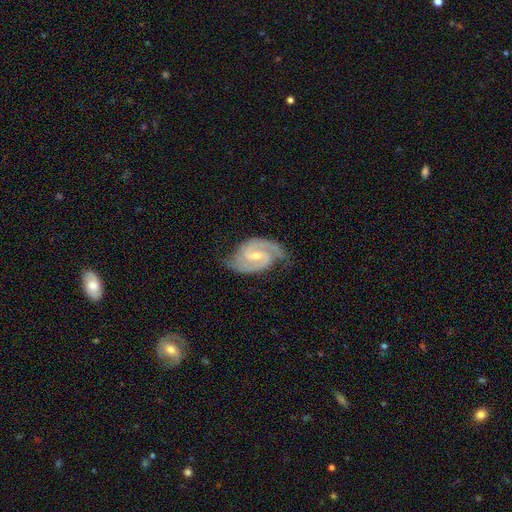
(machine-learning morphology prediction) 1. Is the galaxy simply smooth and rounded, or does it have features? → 93% featured or disk, 4% star or artifact, 4% smooth.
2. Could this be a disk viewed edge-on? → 98% no, 2% yes.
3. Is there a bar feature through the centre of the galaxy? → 56% weak, 23% strong, 22% no.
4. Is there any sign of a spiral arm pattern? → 98% yes, 2% no.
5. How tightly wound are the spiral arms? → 54% medium, 37% tight, 9% loose.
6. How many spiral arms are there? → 92% 2, 2% 3, 2% can't tell, 1% 1, 1% 4, 1% more than 4.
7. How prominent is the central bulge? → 53% small, 43% moderate, 2% none, 1% large, 1% dominant.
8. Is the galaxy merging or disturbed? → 78% none, 17% minor disturbance, 4% major disturbance, 1% merger.